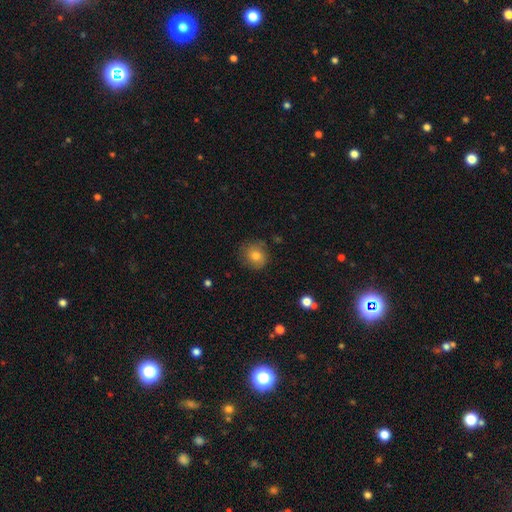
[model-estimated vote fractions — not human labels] smooth_or_featured: smooth (p=0.75) [alt: featured or disk p=0.15]
how_rounded: round (p=0.83) [alt: in between p=0.17]
merging: none (p=0.78) [alt: minor disturbance p=0.17]